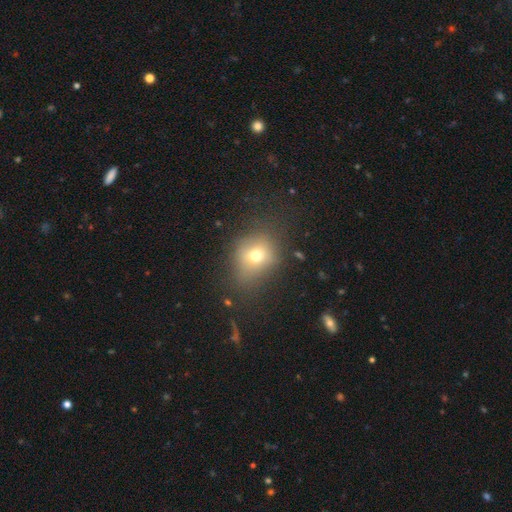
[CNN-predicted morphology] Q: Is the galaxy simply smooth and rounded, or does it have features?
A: smooth — 67%.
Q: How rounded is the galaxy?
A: round — 63%.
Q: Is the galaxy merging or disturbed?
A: none — 67%.